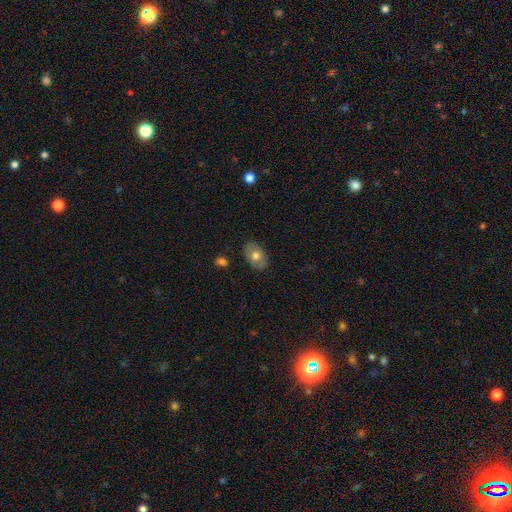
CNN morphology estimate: Smooth or featured? Predicted: smooth (p=0.68). How rounded? Predicted: in between (p=0.86). Merging? Predicted: none (p=0.85).